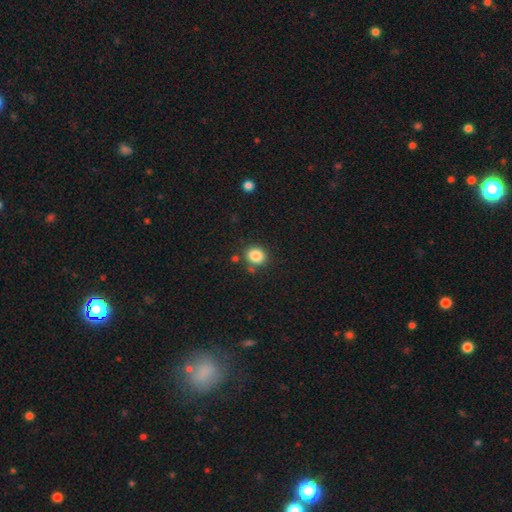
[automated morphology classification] This appears to be a smooth galaxy with no disk features (85%) that is round (72%). Merging: none (80%).